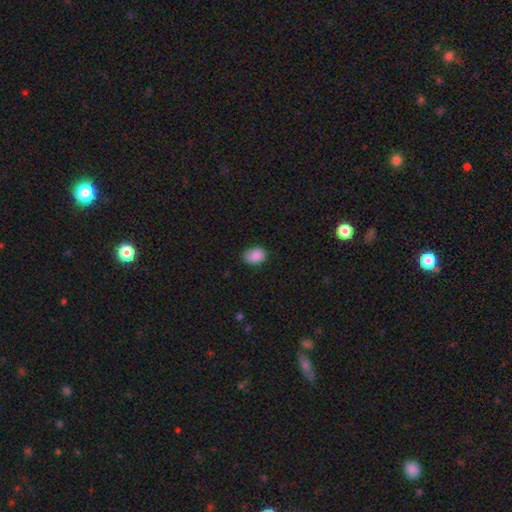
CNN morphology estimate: Smooth or featured: smooth — 88% (star or artifact — 8%)
How rounded: in between — 66% (round — 33%)
Merging: none — 75% (minor disturbance — 21%)